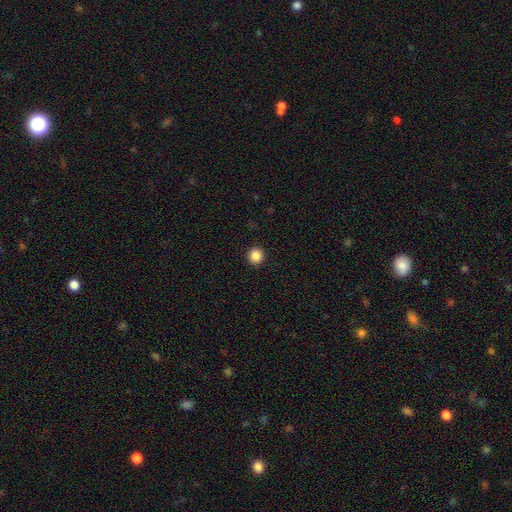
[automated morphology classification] Smooth or featured: smooth — 87% (star or artifact — 10%)
How rounded: round — 93% (in between — 6%)
Merging: none — 93% (minor disturbance — 5%)